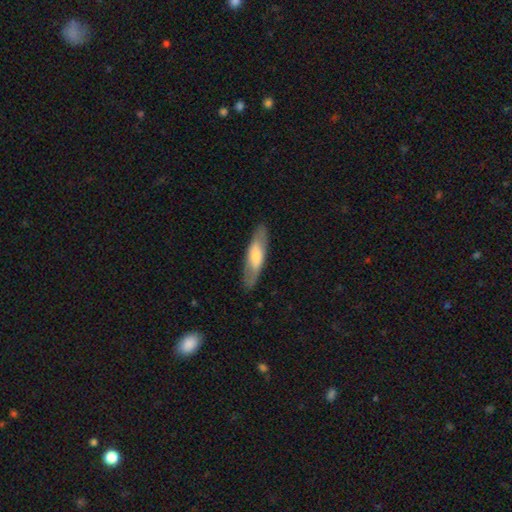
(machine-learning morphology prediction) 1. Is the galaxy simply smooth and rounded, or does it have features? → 53% smooth, 42% featured or disk, 6% star or artifact.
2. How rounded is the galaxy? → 65% cigar-shaped, 33% in between, 2% round.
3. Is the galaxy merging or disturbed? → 85% none, 11% minor disturbance, 3% major disturbance, 1% merger.